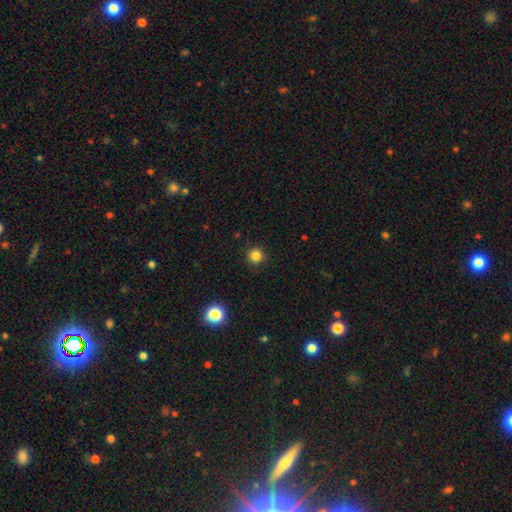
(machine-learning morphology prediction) smooth 83%, star or artifact 13%, featured or disk 4%. Down the decision tree: how rounded — round (95%); merging — none (91%).